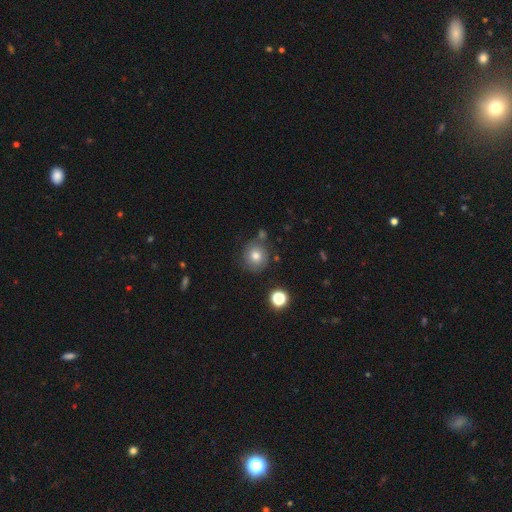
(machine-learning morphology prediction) Smooth or featured?
  - smooth: 75% *
  - featured or disk: 13%
  - star or artifact: 12%
How rounded?
  - round: 88% *
  - in between: 11%
  - cigar-shaped: 1%
Merging?
  - none: 76% *
  - minor disturbance: 13%
  - merger: 7%
  - major disturbance: 4%